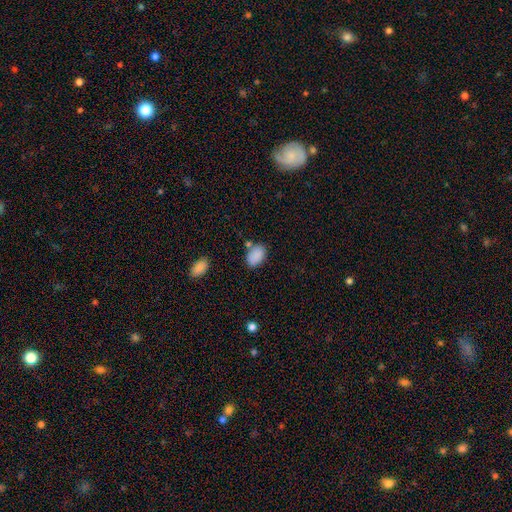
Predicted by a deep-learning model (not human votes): Q: Smooth or featured?
A: smooth (88%); runner-up: star or artifact (8%)
Q: How rounded?
A: in between (87%); runner-up: round (12%)
Q: Merging?
A: none (72%); runner-up: minor disturbance (16%)